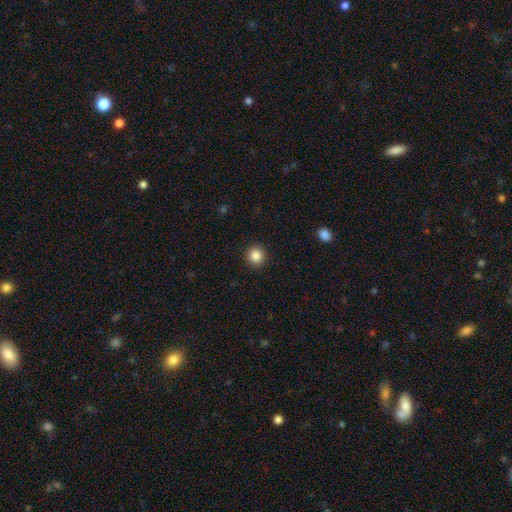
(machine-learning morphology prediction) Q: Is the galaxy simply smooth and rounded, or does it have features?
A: smooth — 86%.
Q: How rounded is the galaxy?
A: round — 94%.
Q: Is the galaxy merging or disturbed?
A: none — 92%.